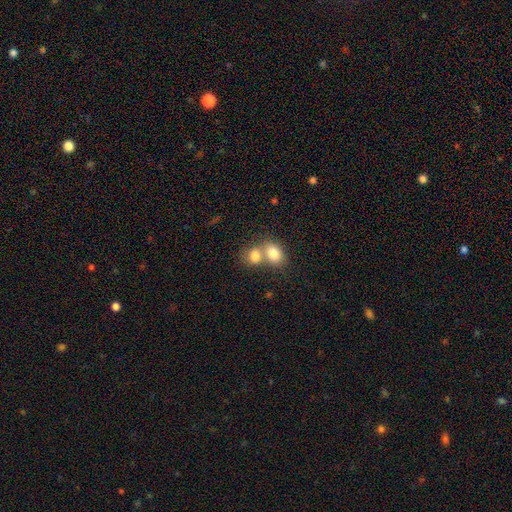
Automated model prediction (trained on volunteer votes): smooth 79%, featured or disk 12%, star or artifact 9%. Down the decision tree: how rounded — in between (58%); merging — merger (64%).